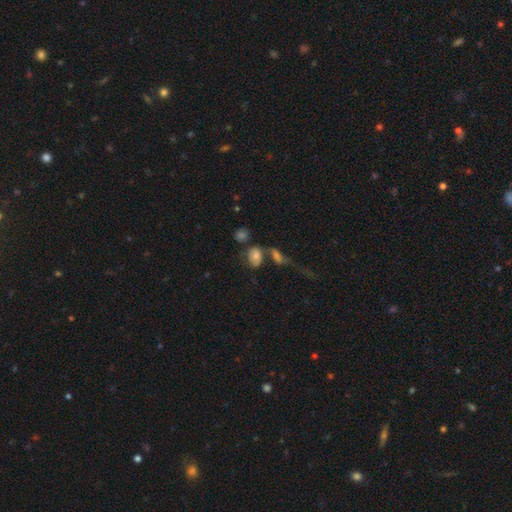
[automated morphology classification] Smooth or featured? Predicted: smooth (p=0.70). How rounded? Predicted: in between (p=0.69). Merging? Predicted: none (p=0.39).